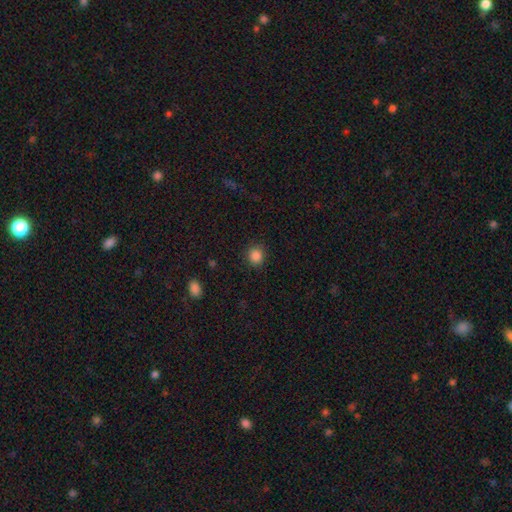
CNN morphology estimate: Smooth or featured? smooth (86%)
How rounded? round (87%)
Merging? none (89%)